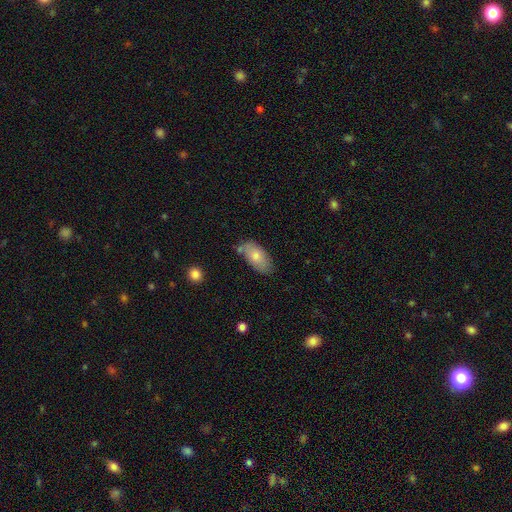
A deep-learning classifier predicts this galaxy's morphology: Q: Smooth or featured?
A: smooth (75%); runner-up: featured or disk (18%)
Q: How rounded?
A: in between (93%); runner-up: cigar-shaped (4%)
Q: Merging?
A: none (64%); runner-up: minor disturbance (22%)